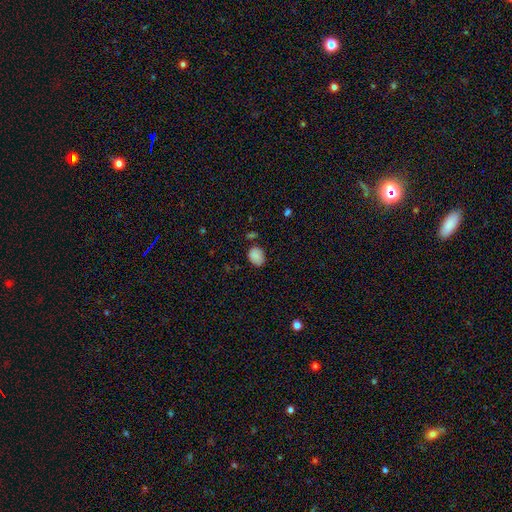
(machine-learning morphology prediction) This appears to be a smooth galaxy with no disk features (85%) that is in between round and cigar-shaped (58%). Merging: none (73%).